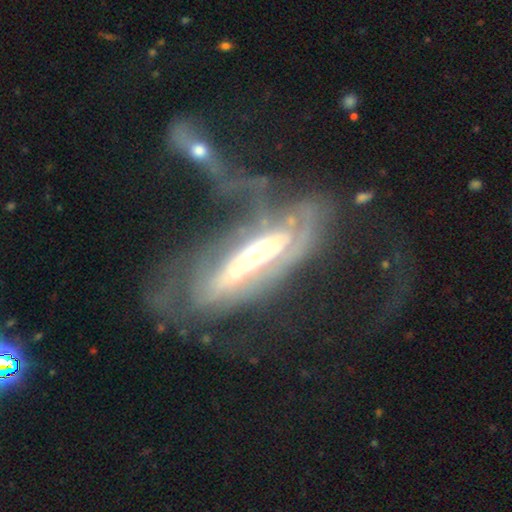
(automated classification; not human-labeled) smooth-or-featured: featured or disk: 81% | smooth: 13% | star or artifact: 6%
  disk-edge-on: no: 78% | yes: 22%
    bar: no: 47% | strong: 32% | weak: 21%
    has-spiral-arms: yes: 74% | no: 26%
    bulge-size: moderate: 53% | small: 26% | large: 16% | dominant: 3% | none: 2%
  merging: major disturbance: 40% | none: 26% | merger: 19% | minor disturbance: 16%